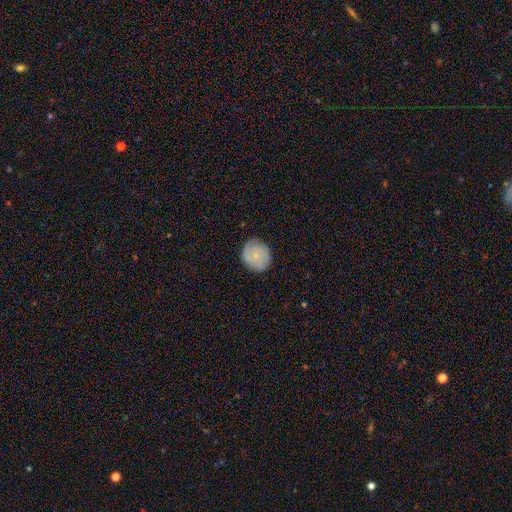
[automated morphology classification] This appears to be a smooth galaxy with no disk features (62%) that is round (82%). Merging: none (81%).